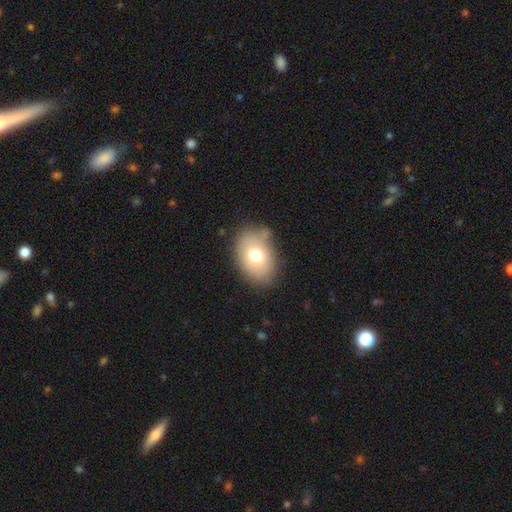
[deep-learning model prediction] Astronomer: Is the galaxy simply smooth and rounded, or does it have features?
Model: smooth — 72%.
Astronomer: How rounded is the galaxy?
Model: in between — 76%.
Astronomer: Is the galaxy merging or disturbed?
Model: none — 74%.